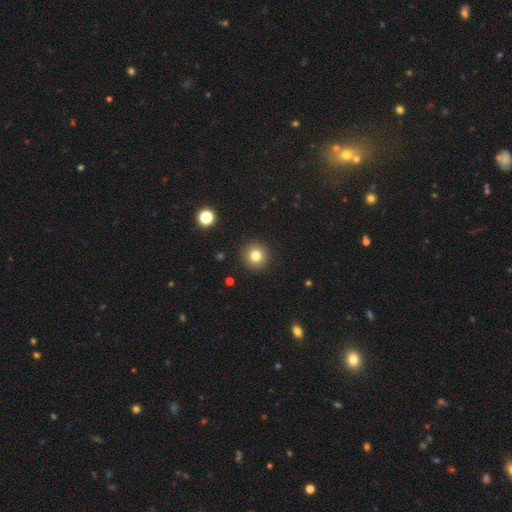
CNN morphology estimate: Overall: smooth (80%). How rounded: round (94%). Merging: none (92%).